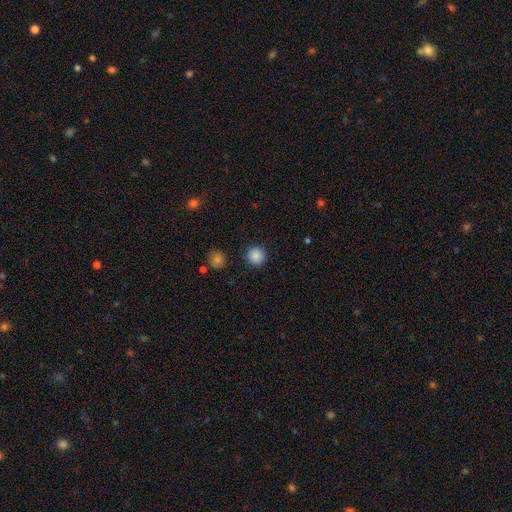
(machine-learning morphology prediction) Q: Smooth or featured?
A: smooth (86%); runner-up: star or artifact (10%)
Q: How rounded?
A: round (95%); runner-up: in between (4%)
Q: Merging?
A: none (90%); runner-up: minor disturbance (6%)